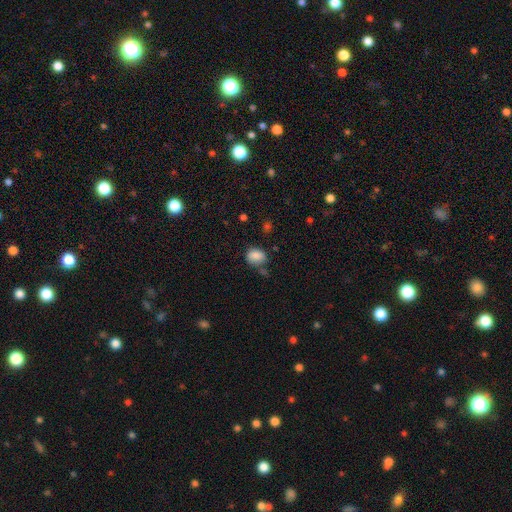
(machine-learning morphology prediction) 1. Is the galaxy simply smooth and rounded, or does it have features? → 84% smooth, 9% star or artifact, 6% featured or disk.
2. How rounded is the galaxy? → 58% in between, 41% round, 1% cigar-shaped.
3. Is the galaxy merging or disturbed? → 60% none, 24% minor disturbance, 9% merger, 8% major disturbance.